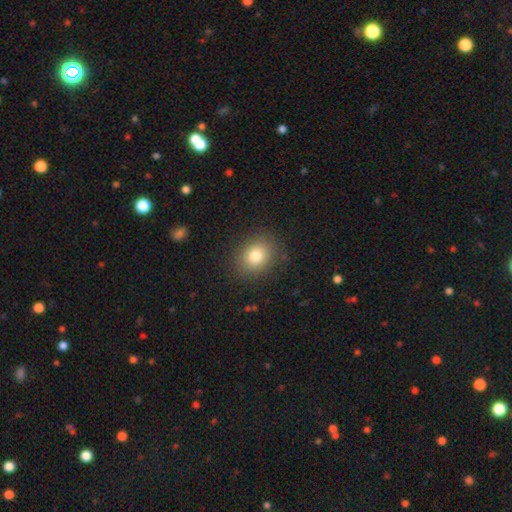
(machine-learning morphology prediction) The model was most divided on "how rounded": round: 60%, in between: 39%, cigar-shaped: 1%. More confident: merging — none (87%); smooth or featured — smooth (80%).